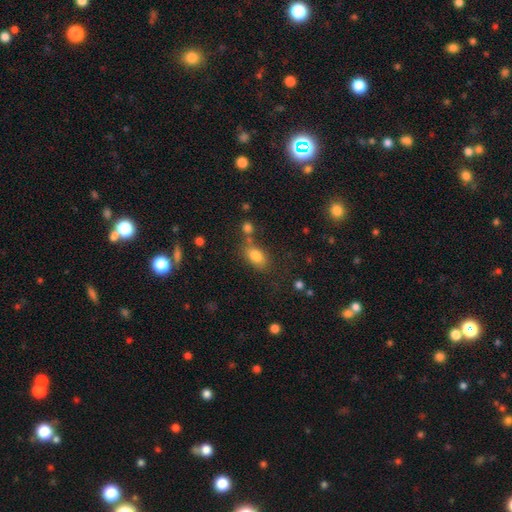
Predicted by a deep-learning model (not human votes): smooth-or-featured: smooth: 81% | star or artifact: 10% | featured or disk: 9%
  how-rounded: in between: 85% | round: 12% | cigar-shaped: 3%
  merging: none: 65% | minor disturbance: 16% | merger: 13% | major disturbance: 6%